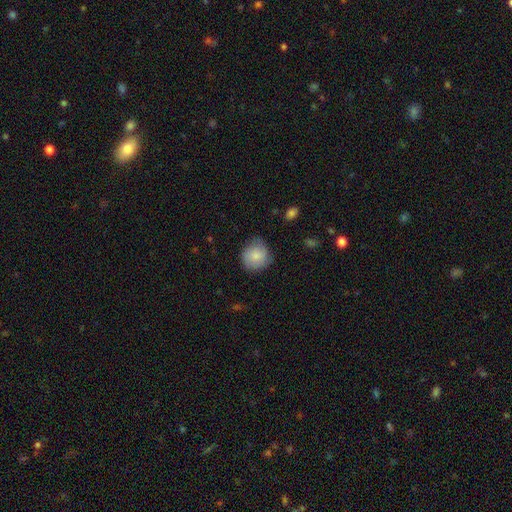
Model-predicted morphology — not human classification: Smooth or featured? smooth (82%)
How rounded? round (87%)
Merging? none (71%)